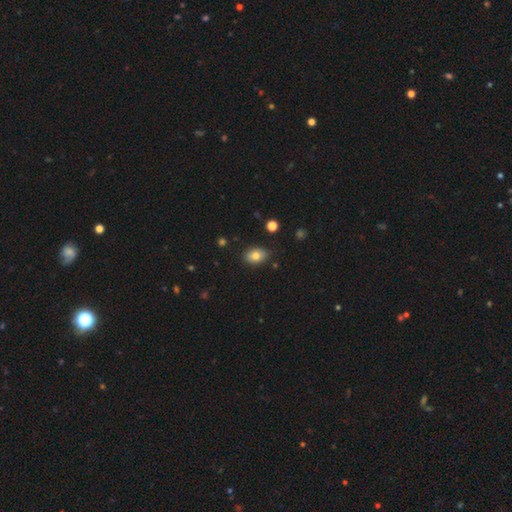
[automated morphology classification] A smooth galaxy with no disk features (79%) that is in between round and cigar-shaped (77%).

Vote fractions:
- Smooth or featured? smooth: 79% / featured or disk: 11% / star or artifact: 10%
- How rounded? in between: 77% / round: 22% / cigar-shaped: 1%
- Merging? none: 82% / minor disturbance: 14% / major disturbance: 3% / merger: 2%